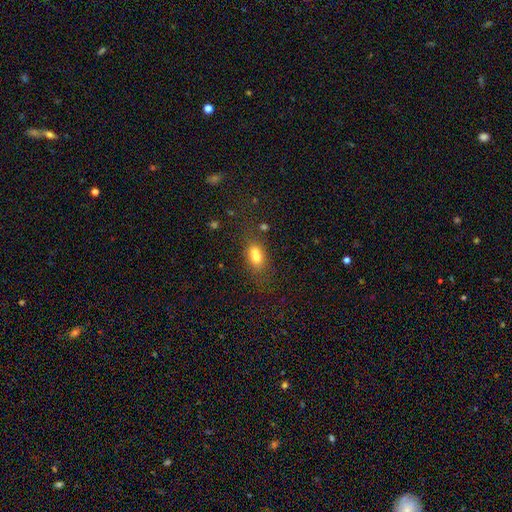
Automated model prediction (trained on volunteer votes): smooth 71%, featured or disk 16%, star or artifact 13%. Down the decision tree: how rounded — in between (77%); merging — none (50%).